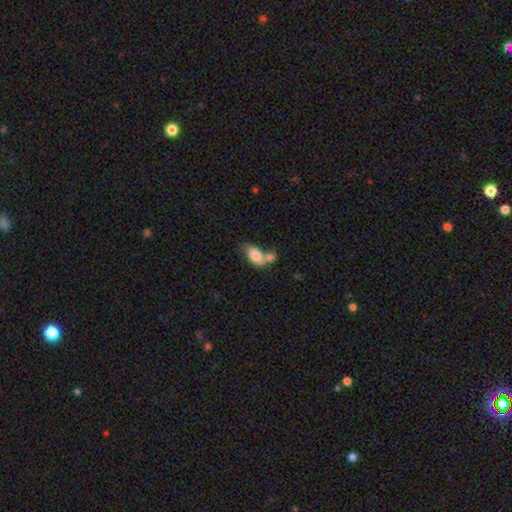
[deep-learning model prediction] smooth 77%, featured or disk 16%, star or artifact 7%. Down the decision tree: how rounded — in between (90%); merging — merger (54%).